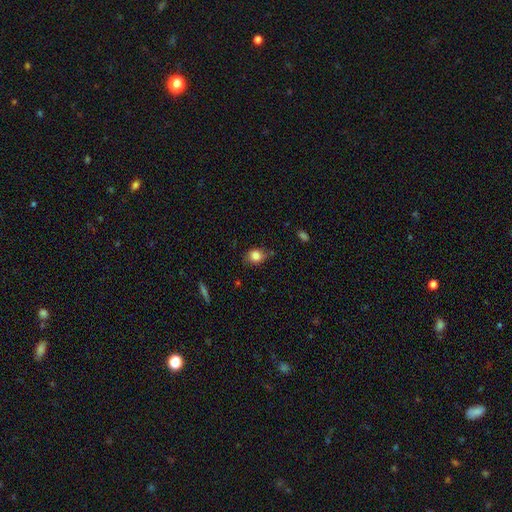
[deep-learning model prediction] smooth 83%, star or artifact 10%, featured or disk 7%. Down the decision tree: how rounded — round (52%); merging — none (75%).